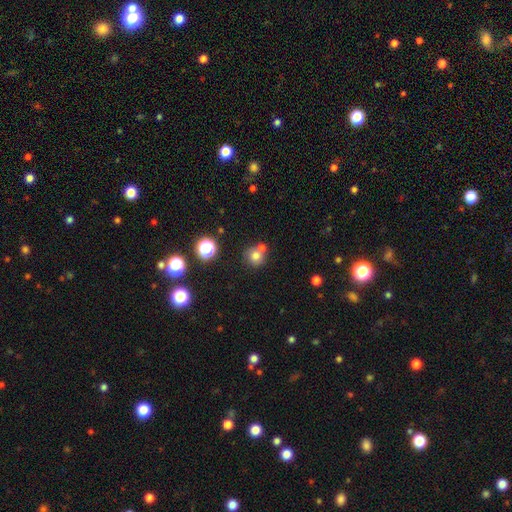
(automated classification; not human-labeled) The model was most divided on "merging": none: 58%, merger: 30%, minor disturbance: 9%, major disturbance: 3%. More confident: how rounded — round (90%); smooth or featured — smooth (74%).